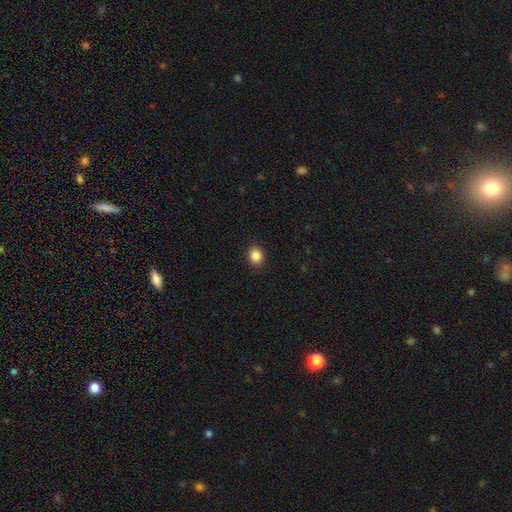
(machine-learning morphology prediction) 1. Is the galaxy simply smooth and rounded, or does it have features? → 87% smooth, 10% star or artifact, 4% featured or disk.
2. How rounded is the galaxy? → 59% round, 40% in between, 1% cigar-shaped.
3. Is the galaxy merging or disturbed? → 89% none, 8% minor disturbance, 2% major disturbance, 1% merger.